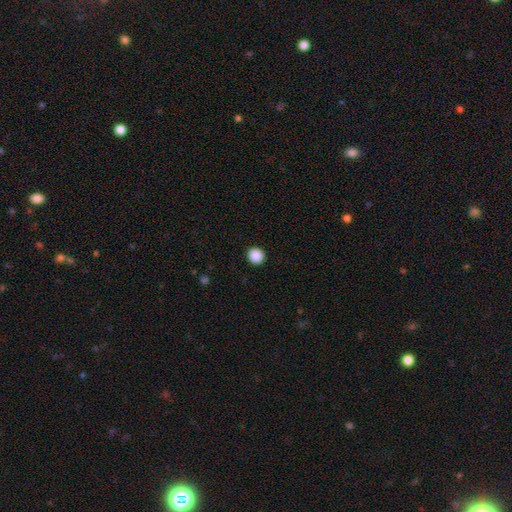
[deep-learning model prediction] Q: Smooth or featured?
A: smooth (89%); runner-up: star or artifact (9%)
Q: How rounded?
A: round (92%); runner-up: in between (7%)
Q: Merging?
A: none (93%); runner-up: minor disturbance (5%)